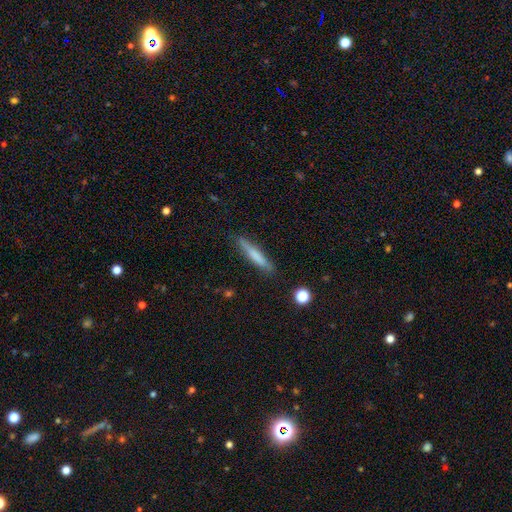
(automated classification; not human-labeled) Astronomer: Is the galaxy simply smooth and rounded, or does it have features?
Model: smooth — 67%.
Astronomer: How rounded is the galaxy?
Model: cigar-shaped — 93%.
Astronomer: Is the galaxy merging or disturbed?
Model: none — 86%.